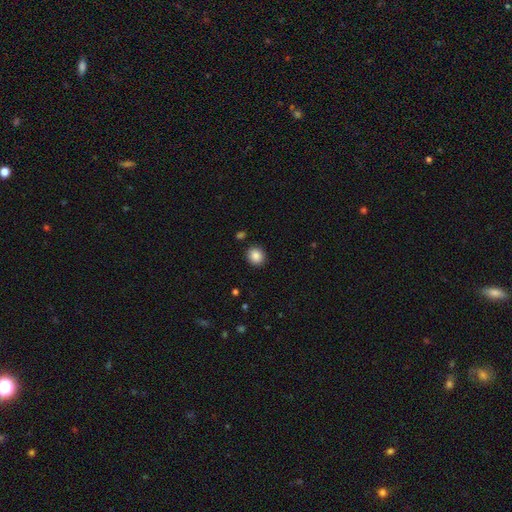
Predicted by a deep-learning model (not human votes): Smooth or featured?
  - smooth: 87% *
  - star or artifact: 9%
  - featured or disk: 4%
How rounded?
  - round: 82% *
  - in between: 18%
  - cigar-shaped: 1%
Merging?
  - none: 90% *
  - minor disturbance: 7%
  - major disturbance: 2%
  - merger: 2%